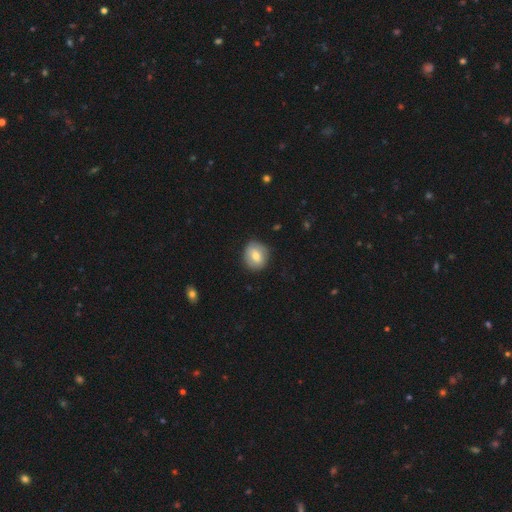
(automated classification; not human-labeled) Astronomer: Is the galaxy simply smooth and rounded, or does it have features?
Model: smooth — 69%.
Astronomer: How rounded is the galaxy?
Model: round — 74%.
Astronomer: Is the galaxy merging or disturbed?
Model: none — 85%.